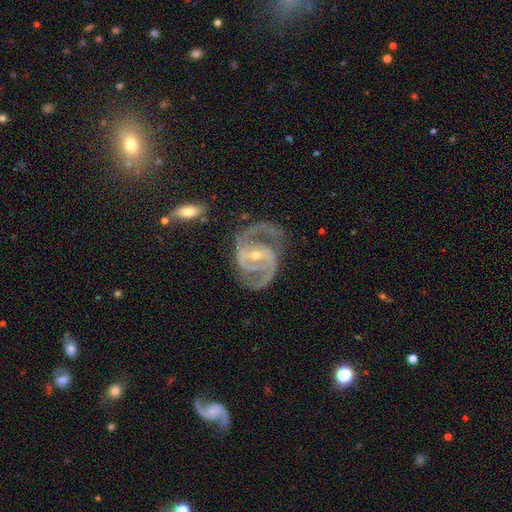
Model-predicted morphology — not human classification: The model was most divided on "bar": strong: 48%, weak: 36%, no: 15%. More confident: spiral arms — yes (98%); edge-on disk — no (98%); smooth or featured — featured or disk (93%); spiral arm count — 2 (88%); merging — none (71%); spiral winding — medium (59%); bulge size — small (58%).